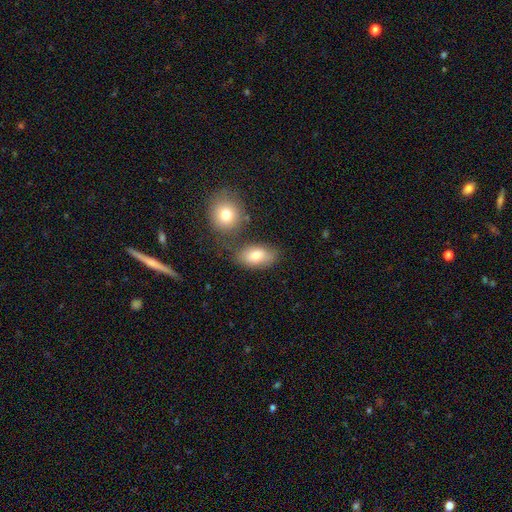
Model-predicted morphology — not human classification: smooth 76%, featured or disk 15%, star or artifact 9%. Down the decision tree: how rounded — in between (87%); merging — none (63%).